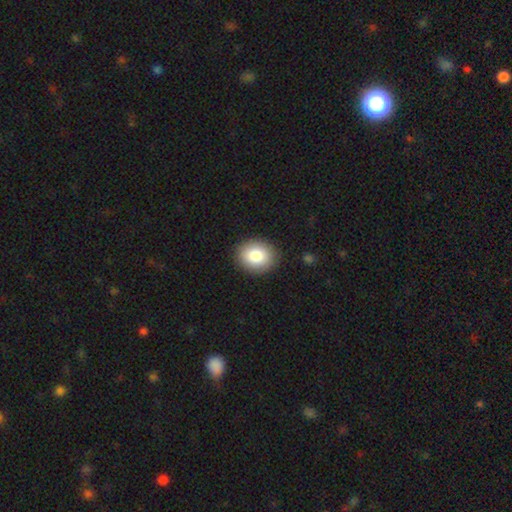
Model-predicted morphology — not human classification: smooth-or-featured: smooth: 85% | star or artifact: 8% | featured or disk: 7%
  how-rounded: round: 58% | in between: 41% | cigar-shaped: 1%
  merging: none: 89% | minor disturbance: 7% | major disturbance: 2% | merger: 1%